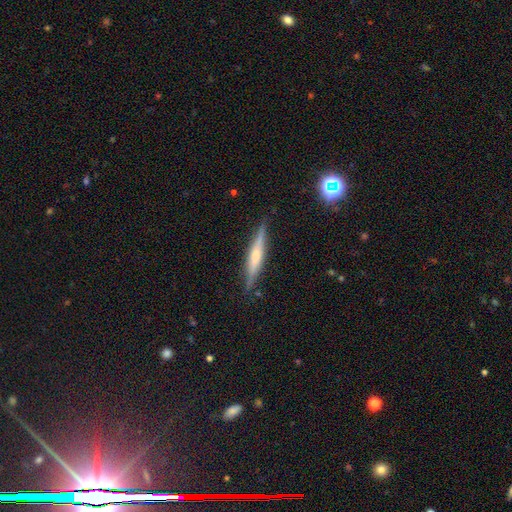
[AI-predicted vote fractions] Smooth or featured?
  - featured or disk: 62% *
  - smooth: 31%
  - star or artifact: 7%
Edge-on disk?
  - yes: 97% *
  - no: 3%
Edge-on bulge?
  - rounded: 58% *
  - none: 21%
  - boxy: 21%
Merging?
  - none: 87% *
  - minor disturbance: 10%
  - major disturbance: 2%
  - merger: 1%